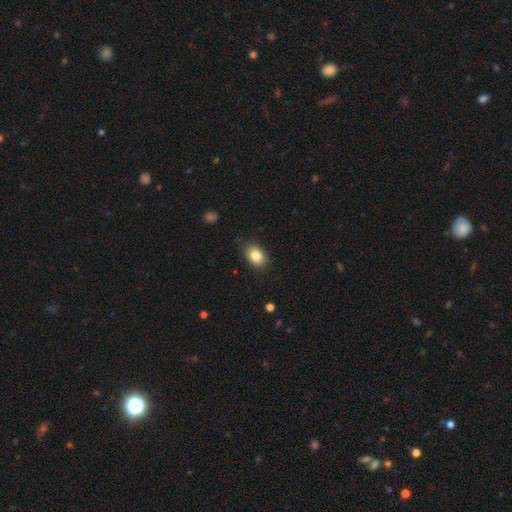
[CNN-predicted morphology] This appears to be a smooth galaxy with no disk features (84%) that is in between round and cigar-shaped (78%). Merging: none (83%).